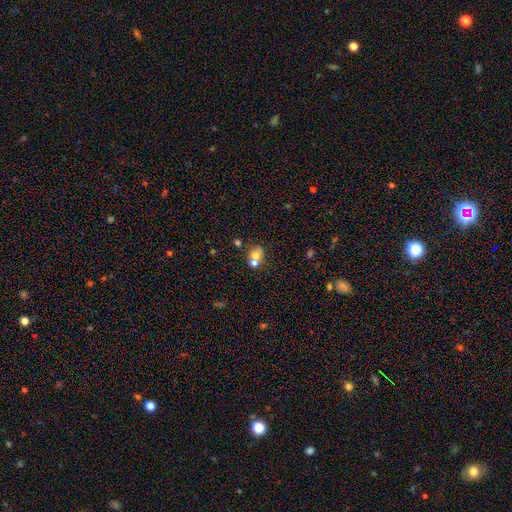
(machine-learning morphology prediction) Overall: smooth (62%; featured or disk 23%). How rounded: round (62%; in between 37%). Merging: merger (53%; none 33%).